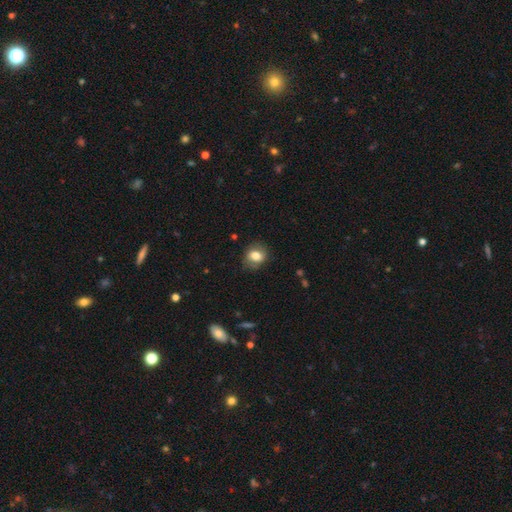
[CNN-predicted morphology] Smooth or featured? smooth (76%)
How rounded? round (58%)
Merging? none (78%)